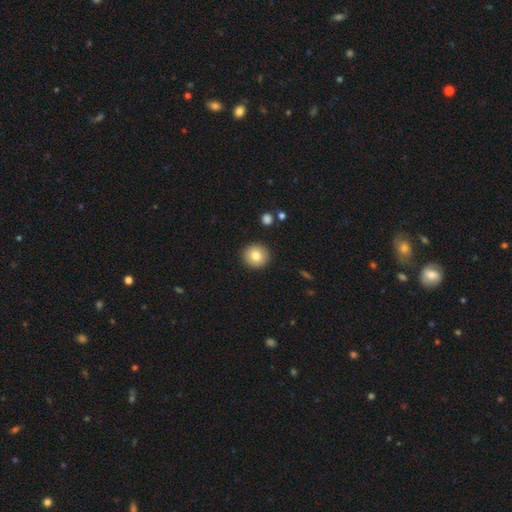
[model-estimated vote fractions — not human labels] smooth 80%, featured or disk 11%, star or artifact 9%. Down the decision tree: how rounded — round (94%); merging — none (92%).